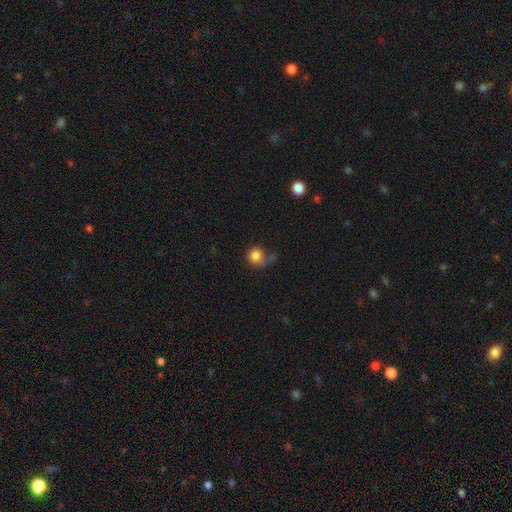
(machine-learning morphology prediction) Overall: smooth (81%). How rounded: round (81%). Merging: none (41%; major disturbance 29%).